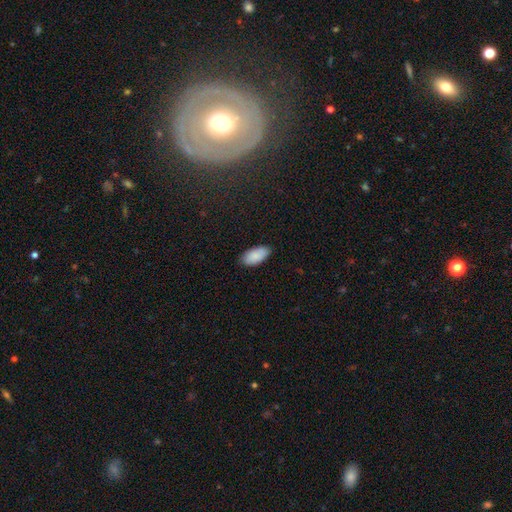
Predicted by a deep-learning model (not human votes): A smooth galaxy with no disk features (89%) that is in between round and cigar-shaped (94%). Merging: none (86%).